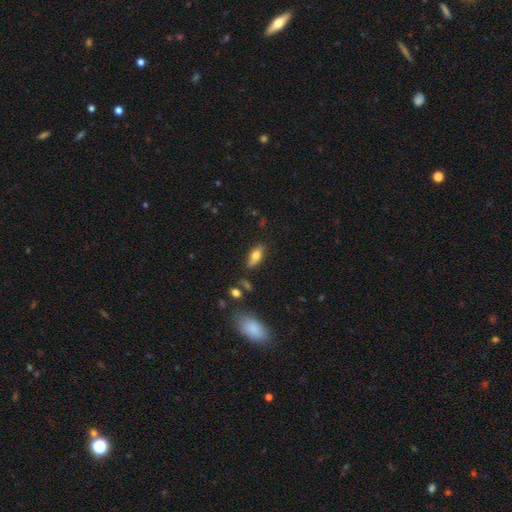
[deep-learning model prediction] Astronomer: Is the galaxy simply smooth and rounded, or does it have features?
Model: smooth — 69%.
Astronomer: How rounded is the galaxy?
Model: in between — 80%.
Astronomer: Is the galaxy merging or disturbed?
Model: none — 72%.